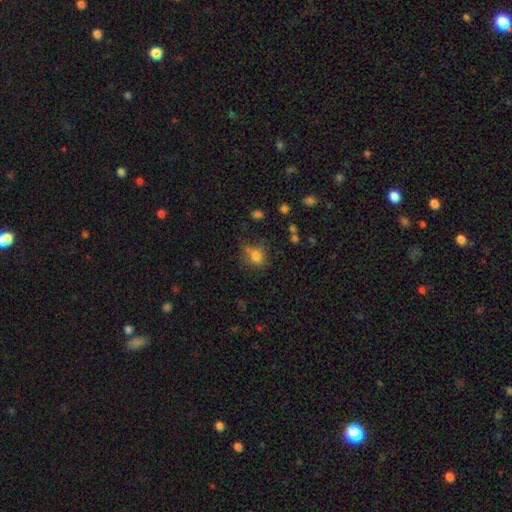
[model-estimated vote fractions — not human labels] Smooth or featured?
  - smooth: 77% *
  - star or artifact: 14%
  - featured or disk: 9%
How rounded?
  - round: 73% *
  - in between: 26%
  - cigar-shaped: 1%
Merging?
  - none: 57% *
  - minor disturbance: 18%
  - merger: 17%
  - major disturbance: 8%